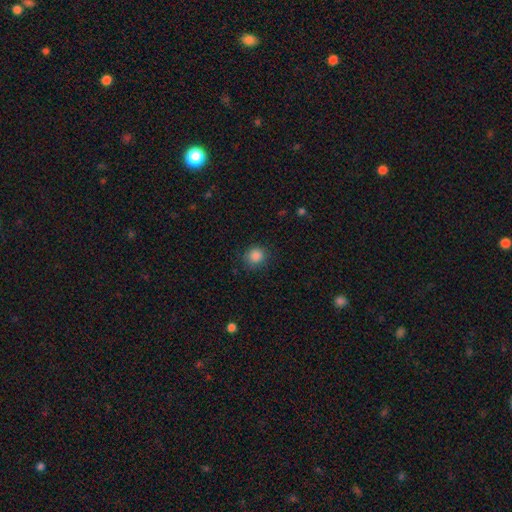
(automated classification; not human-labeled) smooth-or-featured: smooth: 86% | star or artifact: 10% | featured or disk: 3%
  how-rounded: round: 89% | in between: 10% | cigar-shaped: 1%
  merging: none: 86% | minor disturbance: 10% | major disturbance: 3% | merger: 1%